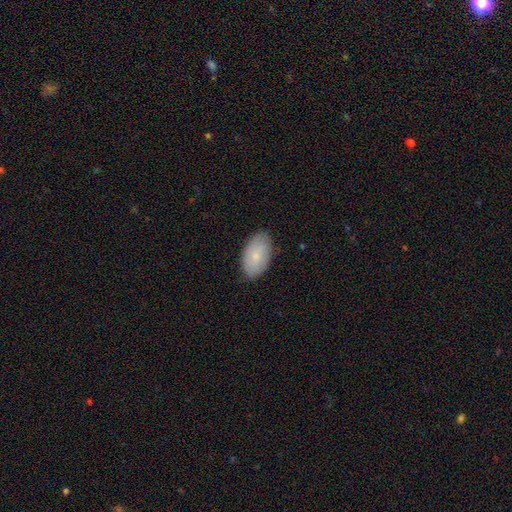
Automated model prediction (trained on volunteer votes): smooth 78%, featured or disk 16%, star or artifact 6%. Down the decision tree: how rounded — in between (94%); merging — none (84%).